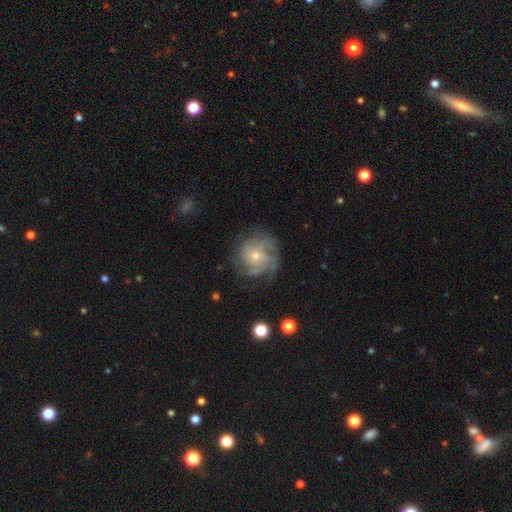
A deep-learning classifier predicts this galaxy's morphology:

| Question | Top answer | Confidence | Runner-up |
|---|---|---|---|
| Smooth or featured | featured or disk | 77% | smooth (14%) |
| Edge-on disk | no | 98% | yes (2%) |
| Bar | no | 78% | weak (19%) |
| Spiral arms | yes | 93% | no (7%) |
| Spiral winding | tight | 59% | medium (32%) |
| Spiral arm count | can't tell | 31% | 3 (23%) |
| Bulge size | small | 60% | moderate (36%) |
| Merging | none | 71% | minor disturbance (18%) |